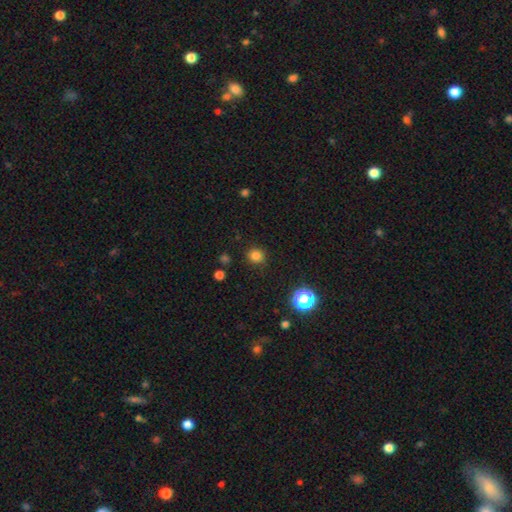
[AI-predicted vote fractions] Smooth or featured? Predicted: smooth (p=0.81). How rounded? Predicted: round (p=0.89). Merging? Predicted: none (p=0.89).